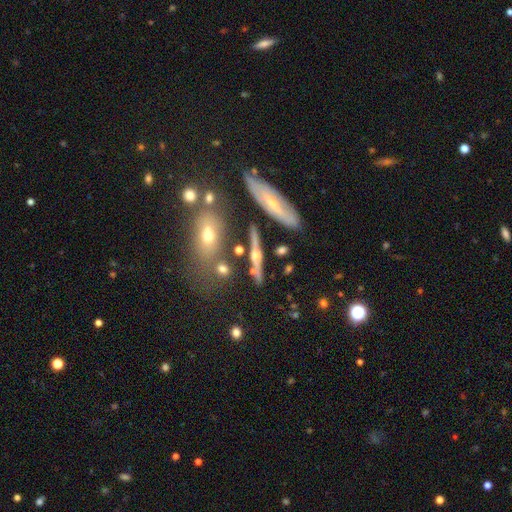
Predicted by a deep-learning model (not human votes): featured or disk 70%, smooth 21%, star or artifact 9%. Down the decision tree: edge-on disk — yes (91%); edge-on bulge — rounded (92%); merging — none (72%).